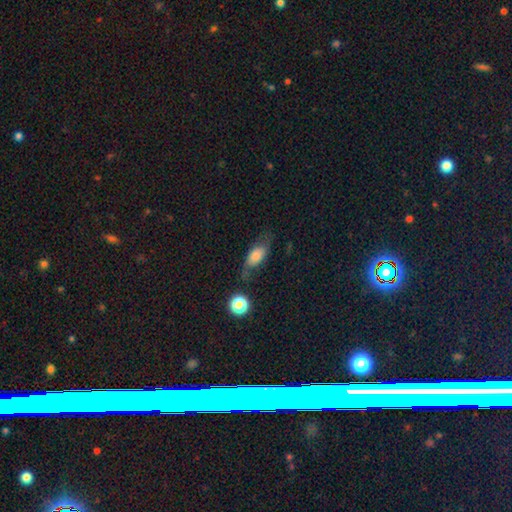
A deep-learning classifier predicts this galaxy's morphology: Smooth or featured?
  - smooth: 66% *
  - featured or disk: 25%
  - star or artifact: 10%
How rounded?
  - in between: 79% *
  - cigar-shaped: 13%
  - round: 8%
Merging?
  - none: 52% *
  - minor disturbance: 27%
  - major disturbance: 16%
  - merger: 5%